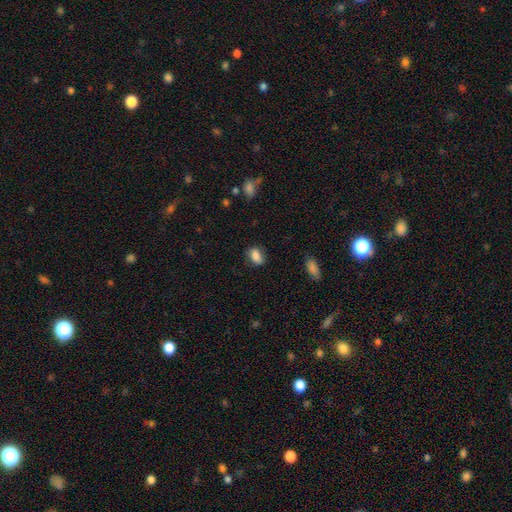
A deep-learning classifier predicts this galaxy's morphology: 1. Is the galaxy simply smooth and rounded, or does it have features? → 84% smooth, 8% star or artifact, 7% featured or disk.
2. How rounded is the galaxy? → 83% in between, 13% round, 4% cigar-shaped.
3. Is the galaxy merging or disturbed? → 73% none, 20% minor disturbance, 5% major disturbance, 2% merger.